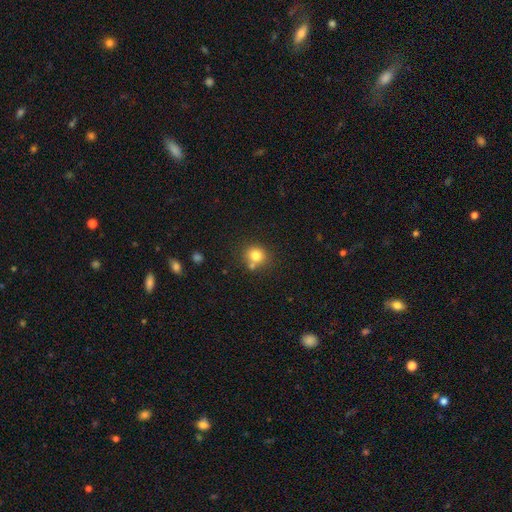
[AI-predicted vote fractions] Q: Smooth or featured?
A: smooth (79%); runner-up: star or artifact (12%)
Q: How rounded?
A: round (83%); runner-up: in between (16%)
Q: Merging?
A: none (67%); runner-up: merger (19%)